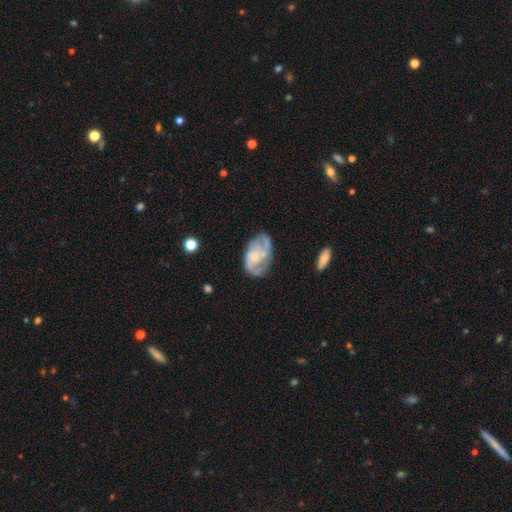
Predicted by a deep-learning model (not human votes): The model was most divided on "bulge size": small: 54%, moderate: 30%, none: 13%, large: 3%, dominant: 1%. More confident: edge-on disk — no (97%); bar — no (73%); spiral arms — yes (72%); smooth or featured — featured or disk (67%); merging — none (52%).